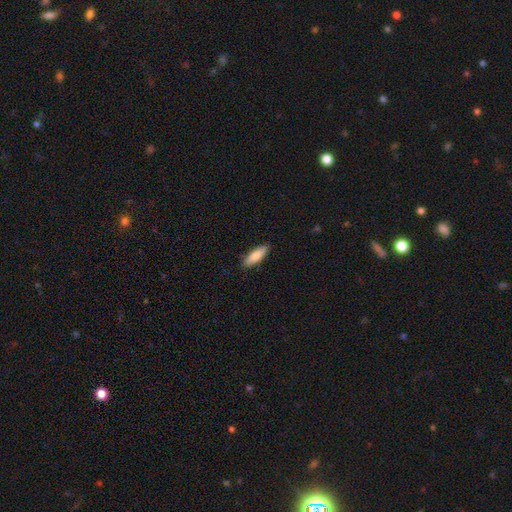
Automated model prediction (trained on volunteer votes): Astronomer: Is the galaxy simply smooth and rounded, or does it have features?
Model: smooth — 80%.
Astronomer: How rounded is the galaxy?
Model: in between — 54% (runner-up: cigar-shaped, 44%).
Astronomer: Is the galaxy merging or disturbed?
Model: none — 87%.